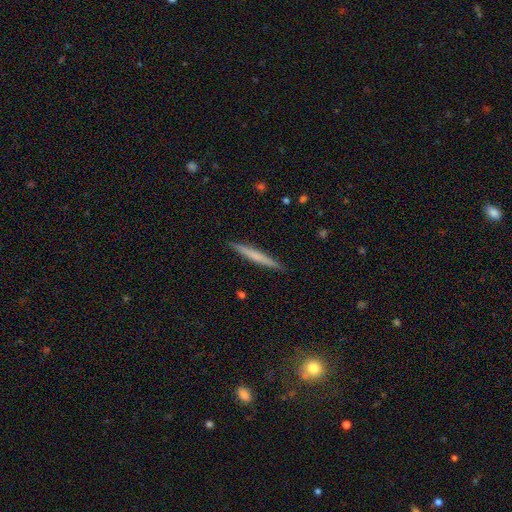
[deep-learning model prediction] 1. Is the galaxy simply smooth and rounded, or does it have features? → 55% smooth, 39% featured or disk, 5% star or artifact.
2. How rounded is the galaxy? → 97% cigar-shaped, 2% in between, 1% round.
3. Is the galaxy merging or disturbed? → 92% none, 6% minor disturbance, 1% major disturbance, 1% merger.